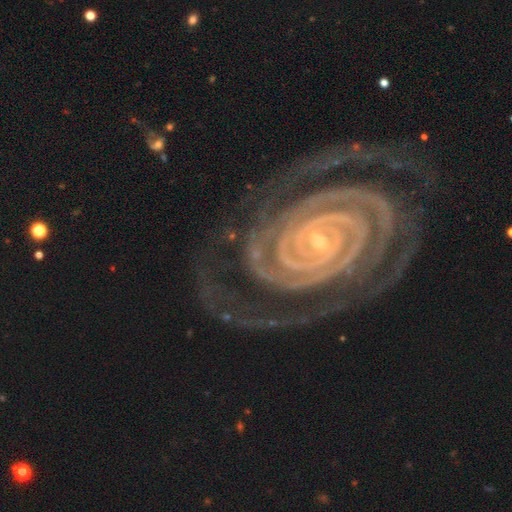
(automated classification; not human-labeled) Smooth or featured?
  - featured or disk: 93% *
  - star or artifact: 4%
  - smooth: 2%
Edge-on disk?
  - no: 98% *
  - yes: 2%
Bar?
  - no: 41% *
  - weak: 31%
  - strong: 29%
Spiral arms?
  - yes: 99% *
  - no: 1%
Spiral winding?
  - tight: 88% *
  - medium: 10%
  - loose: 2%
Spiral arm count?
  - 2: 58% *
  - 3: 13%
  - 4: 9%
  - can't tell: 8%
  - more than 4: 6%
  - 1: 6%
Bulge size?
  - small: 79% *
  - moderate: 18%
  - none: 1%
  - large: 1%
  - dominant: 1%
Merging?
  - none: 72% *
  - minor disturbance: 15%
  - major disturbance: 10%
  - merger: 3%